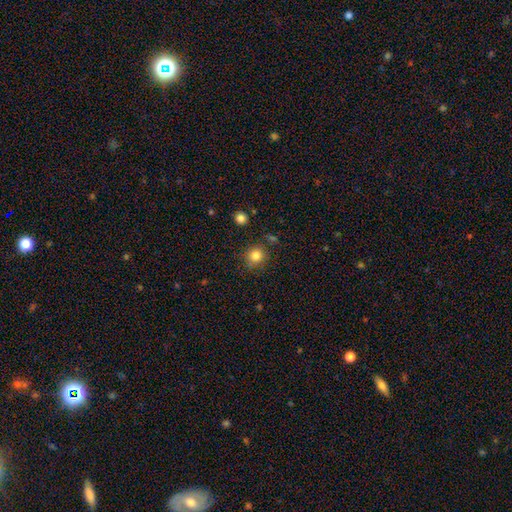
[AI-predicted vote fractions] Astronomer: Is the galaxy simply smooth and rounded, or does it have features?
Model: smooth — 82%.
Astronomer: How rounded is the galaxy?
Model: round — 88%.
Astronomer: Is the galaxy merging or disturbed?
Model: none — 83%.